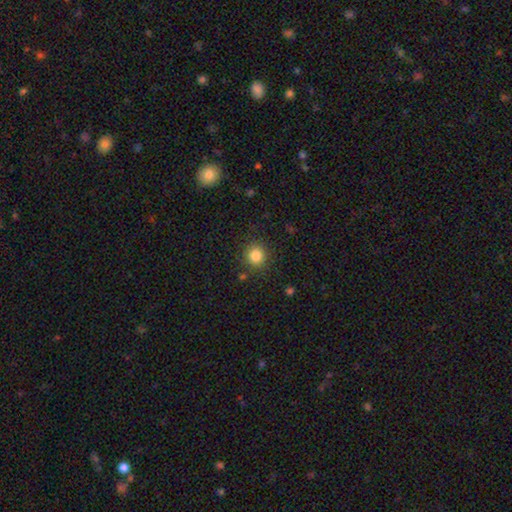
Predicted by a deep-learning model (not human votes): smooth-or-featured: smooth: 84% | star or artifact: 11% | featured or disk: 5%
  how-rounded: round: 91% | in between: 8% | cigar-shaped: 1%
  merging: none: 87% | minor disturbance: 8% | major disturbance: 3% | merger: 2%